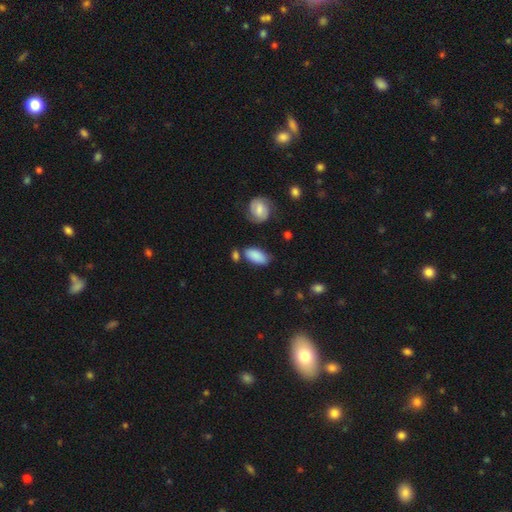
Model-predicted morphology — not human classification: smooth-or-featured: smooth: 86% | featured or disk: 7% | star or artifact: 7%
  how-rounded: in between: 91% | cigar-shaped: 6% | round: 3%
  merging: none: 68% | minor disturbance: 19% | merger: 8% | major disturbance: 5%